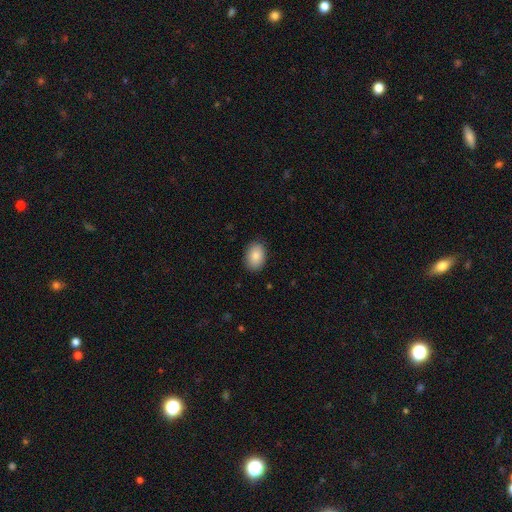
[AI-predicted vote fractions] A smooth galaxy with no disk features (86%) that is in between round and cigar-shaped (81%).

Vote fractions:
- Smooth or featured? smooth: 86% / star or artifact: 7% / featured or disk: 7%
- How rounded? in between: 81% / round: 18% / cigar-shaped: 1%
- Merging? none: 87% / minor disturbance: 10% / major disturbance: 2% / merger: 1%